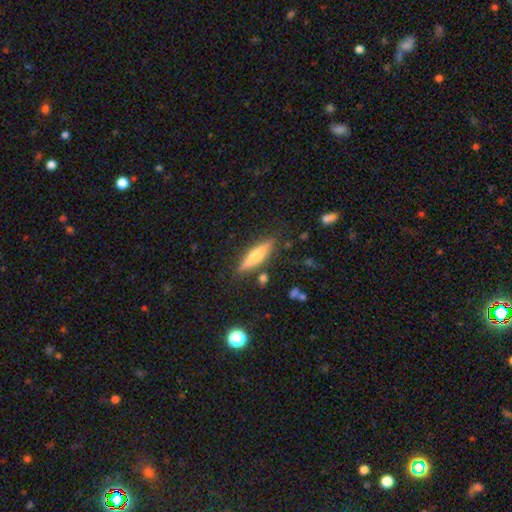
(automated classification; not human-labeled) A smooth galaxy with no disk features (49%). Merging: none (83%).